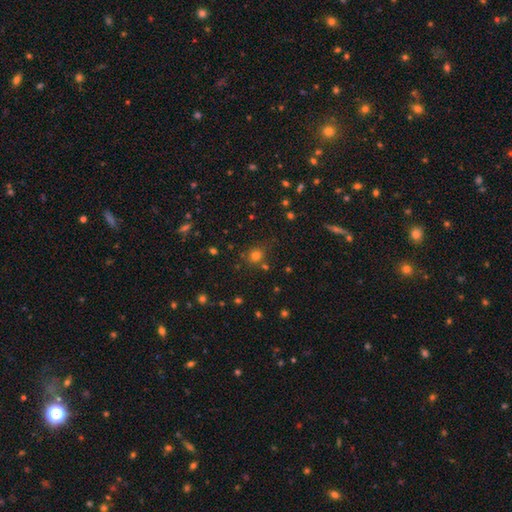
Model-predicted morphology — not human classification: A smooth galaxy with no disk features (73%) that is round (85%).

Vote fractions:
- Smooth or featured? smooth: 73% / star or artifact: 20% / featured or disk: 6%
- How rounded? round: 85% / in between: 14% / cigar-shaped: 1%
- Merging? none: 73% / minor disturbance: 13% / merger: 9% / major disturbance: 5%